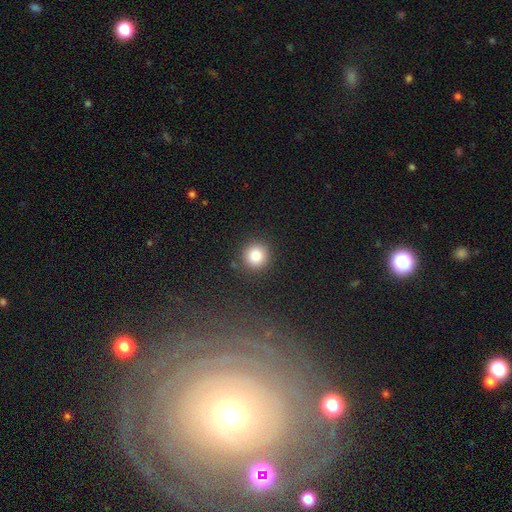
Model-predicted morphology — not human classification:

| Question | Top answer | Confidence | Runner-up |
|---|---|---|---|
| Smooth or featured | smooth | 85% | star or artifact (10%) |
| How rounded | round | 93% | in between (6%) |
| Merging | none | 88% | minor disturbance (7%) |